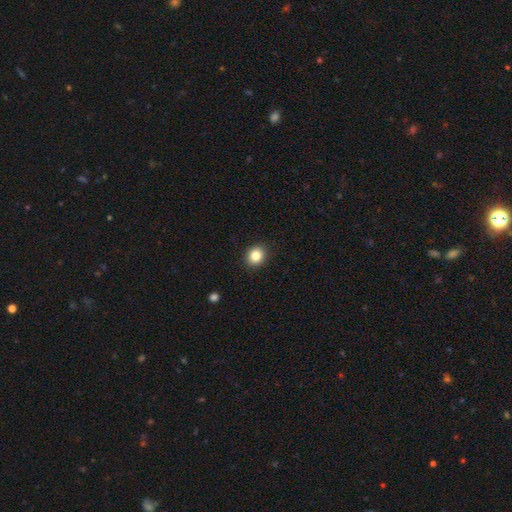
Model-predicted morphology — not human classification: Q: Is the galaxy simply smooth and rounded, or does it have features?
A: smooth — 84%.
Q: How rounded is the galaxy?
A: round — 76%.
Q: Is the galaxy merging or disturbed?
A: none — 91%.